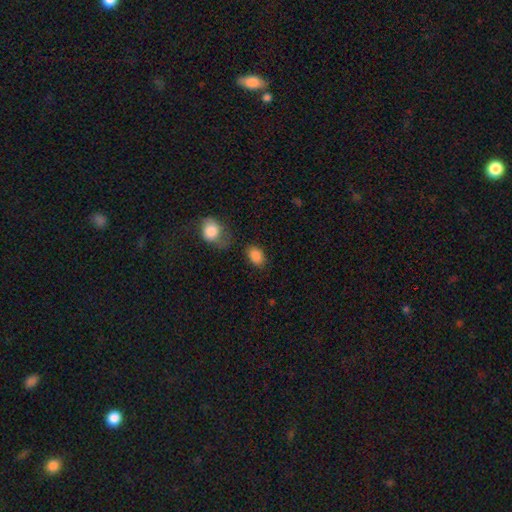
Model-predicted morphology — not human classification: Smooth or featured: smooth — 87% (star or artifact — 8%)
How rounded: in between — 82% (round — 16%)
Merging: none — 71% (minor disturbance — 14%)